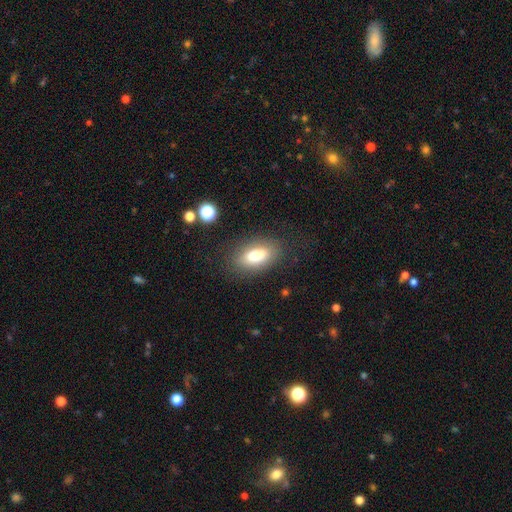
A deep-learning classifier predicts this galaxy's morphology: smooth_or_featured: smooth (p=0.80) [alt: featured or disk p=0.12]
how_rounded: in between (p=0.89) [alt: cigar-shaped p=0.08]
merging: none (p=0.81) [alt: minor disturbance p=0.12]